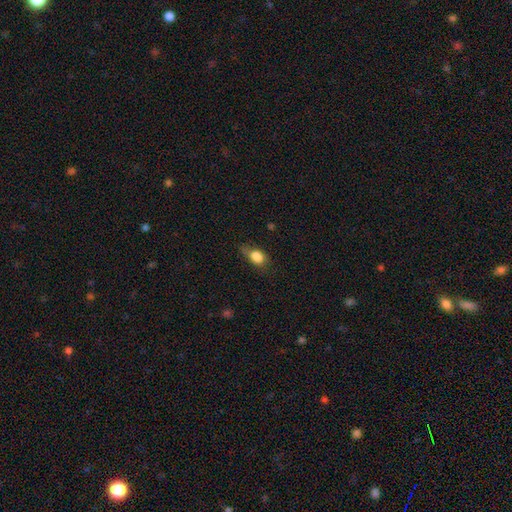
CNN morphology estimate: Smooth or featured: smooth — 83% (star or artifact — 9%)
How rounded: in between — 75% (round — 22%)
Merging: none — 45% (minor disturbance — 36%)